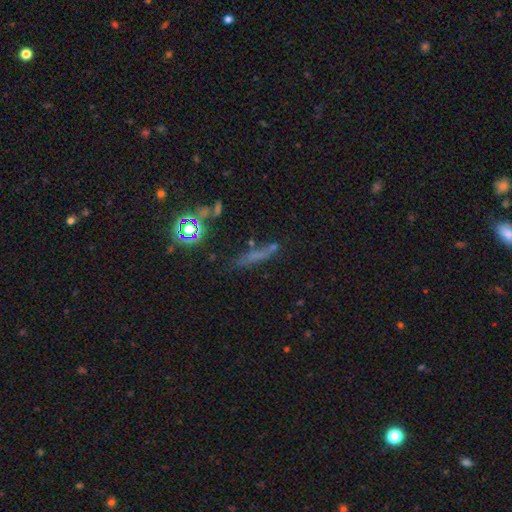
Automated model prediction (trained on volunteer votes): Q: Smooth or featured?
A: smooth (50%); runner-up: star or artifact (27%)
Q: Merging?
A: none (61%); runner-up: minor disturbance (20%)